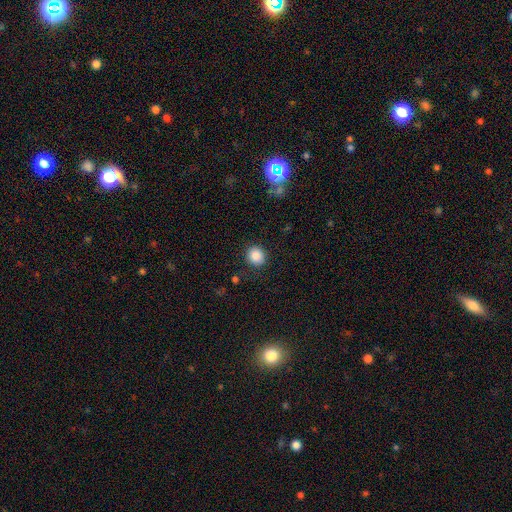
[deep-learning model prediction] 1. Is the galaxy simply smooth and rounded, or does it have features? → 87% smooth, 9% star or artifact, 4% featured or disk.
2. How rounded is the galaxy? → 85% round, 14% in between, 1% cigar-shaped.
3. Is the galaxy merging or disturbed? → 87% none, 9% minor disturbance, 3% major disturbance, 1% merger.